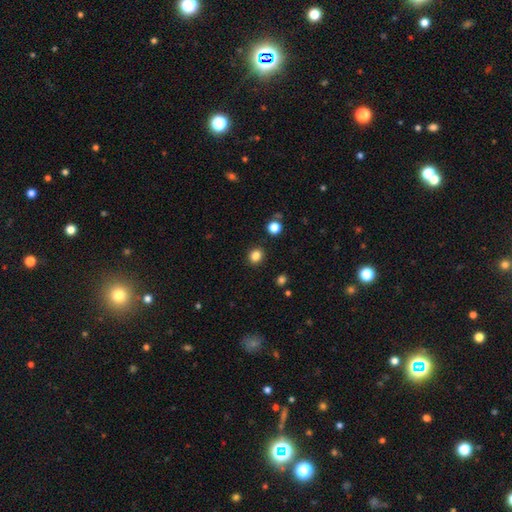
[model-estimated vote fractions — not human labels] smooth-or-featured: smooth: 84% | star or artifact: 12% | featured or disk: 4%
  how-rounded: round: 72% | in between: 27% | cigar-shaped: 1%
  merging: none: 90% | minor disturbance: 6% | major disturbance: 2% | merger: 2%